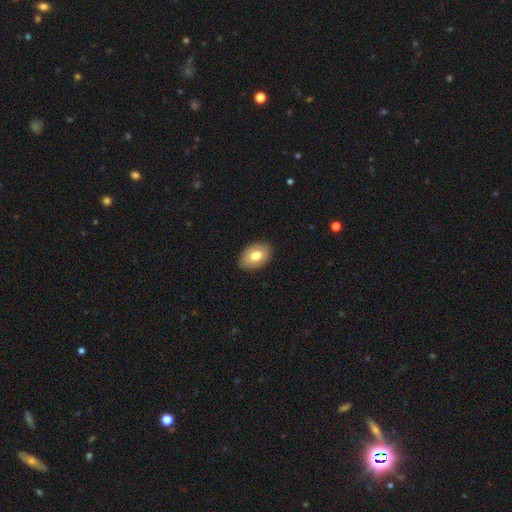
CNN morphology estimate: Smooth or featured? smooth (75%)
How rounded? in between (86%)
Merging? none (88%)